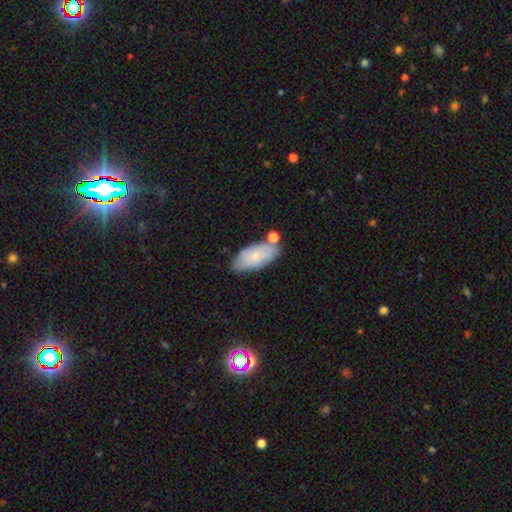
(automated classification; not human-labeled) smooth 70%, featured or disk 23%, star or artifact 7%. Down the decision tree: how rounded — in between (91%); merging — none (65%).